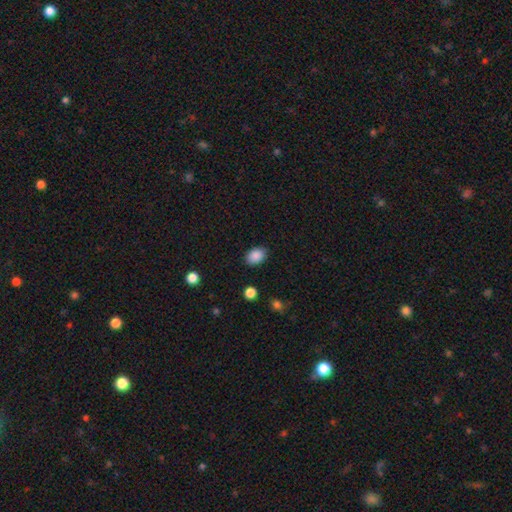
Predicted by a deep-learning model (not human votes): A smooth galaxy with no disk features (88%) that is in between round and cigar-shaped (79%).

Vote fractions:
- Smooth or featured? smooth: 88% / star or artifact: 8% / featured or disk: 4%
- How rounded? in between: 79% / round: 20% / cigar-shaped: 1%
- Merging? none: 86% / minor disturbance: 10% / major disturbance: 3% / merger: 1%